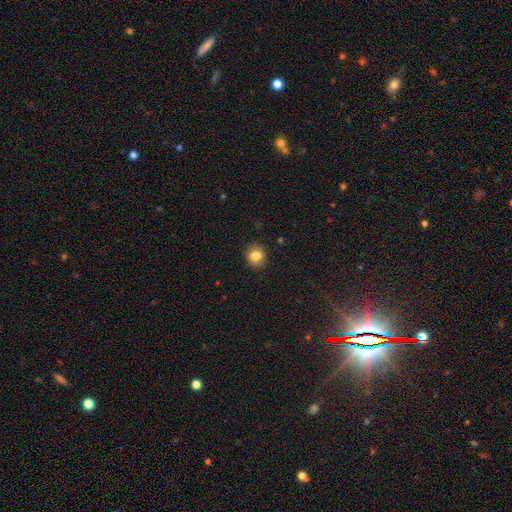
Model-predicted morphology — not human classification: A smooth galaxy with no disk features (83%) that is round (85%).

Vote fractions:
- Smooth or featured? smooth: 83% / star or artifact: 10% / featured or disk: 7%
- How rounded? round: 85% / in between: 15% / cigar-shaped: 1%
- Merging? none: 90% / minor disturbance: 7% / major disturbance: 2% / merger: 1%